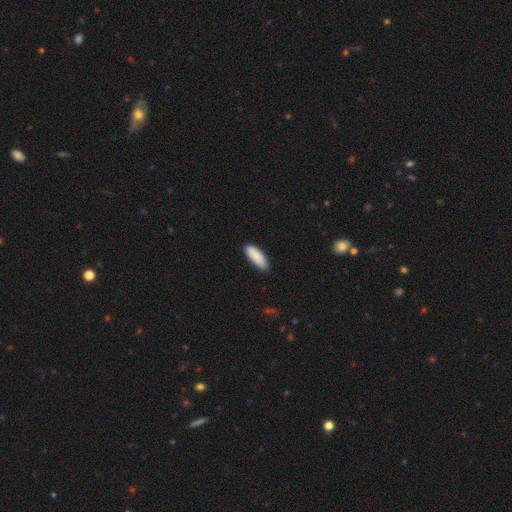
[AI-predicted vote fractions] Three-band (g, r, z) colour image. It shows a smooth galaxy with no disk features (88%) that is in between round and cigar-shaped (70%). Merging: none (84%).